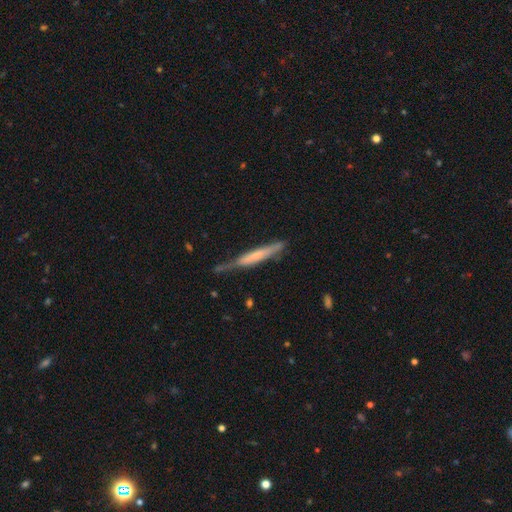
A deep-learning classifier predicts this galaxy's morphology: A smooth galaxy with no disk features (50%).

Vote fractions:
- Smooth or featured? smooth: 50% / featured or disk: 44% / star or artifact: 6%
- Merging? none: 55% / minor disturbance: 32% / major disturbance: 9% / merger: 4%